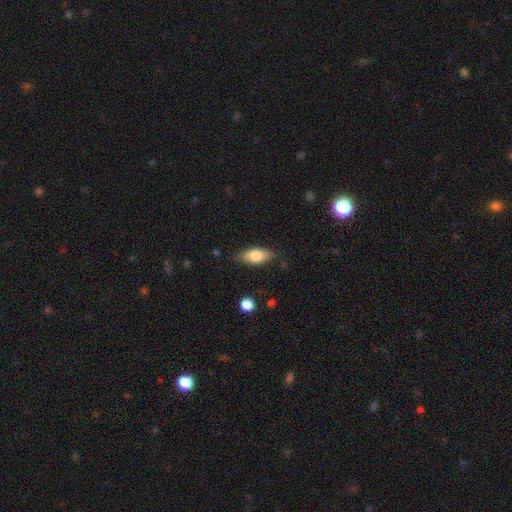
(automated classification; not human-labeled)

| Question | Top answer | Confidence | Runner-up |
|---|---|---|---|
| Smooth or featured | smooth | 73% | featured or disk (20%) |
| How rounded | in between | 80% | cigar-shaped (16%) |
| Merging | none | 80% | minor disturbance (15%) |